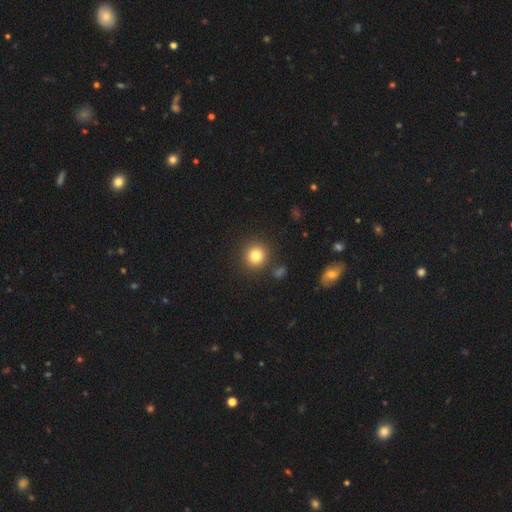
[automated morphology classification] Smooth or featured? Predicted: smooth (p=0.81). How rounded? Predicted: round (p=0.93). Merging? Predicted: none (p=0.88).